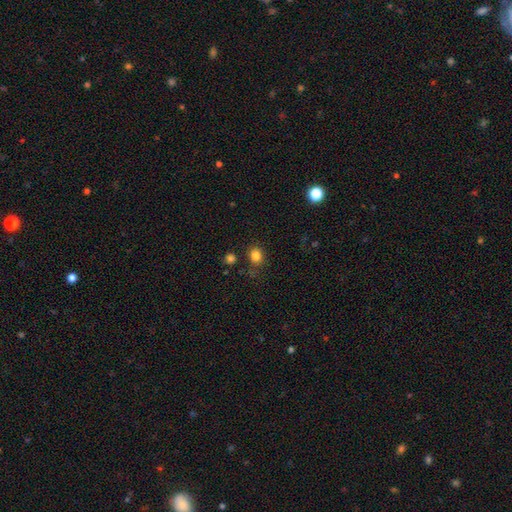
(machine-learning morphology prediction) A smooth galaxy with no disk features (82%) that is round (66%).

Vote fractions:
- Smooth or featured? smooth: 82% / star or artifact: 13% / featured or disk: 5%
- How rounded? round: 66% / in between: 33% / cigar-shaped: 1%
- Merging? none: 78% / minor disturbance: 13% / merger: 4% / major disturbance: 4%